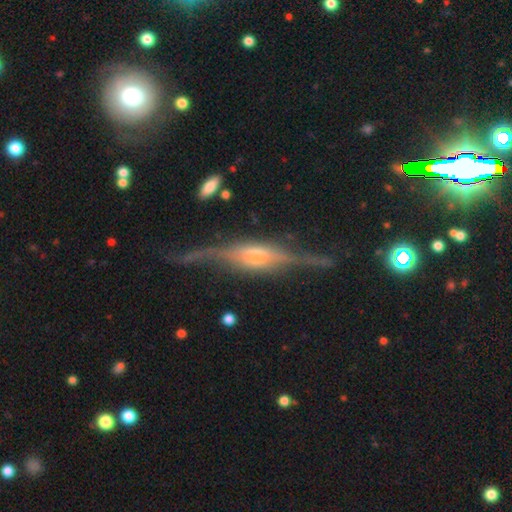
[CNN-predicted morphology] Q: Smooth or featured?
A: featured or disk (87%); runner-up: smooth (8%)
Q: Edge-on disk?
A: yes (92%); runner-up: no (8%)
Q: Edge-on bulge?
A: rounded (74%); runner-up: boxy (22%)
Q: Merging?
A: none (70%); runner-up: minor disturbance (18%)